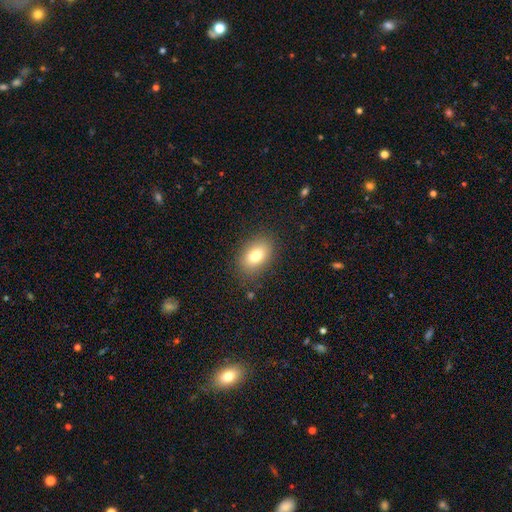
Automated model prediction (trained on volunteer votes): smooth-or-featured: smooth: 78% | featured or disk: 12% | star or artifact: 10%
  how-rounded: in between: 82% | round: 16% | cigar-shaped: 2%
  merging: none: 85% | minor disturbance: 11% | major disturbance: 4% | merger: 1%